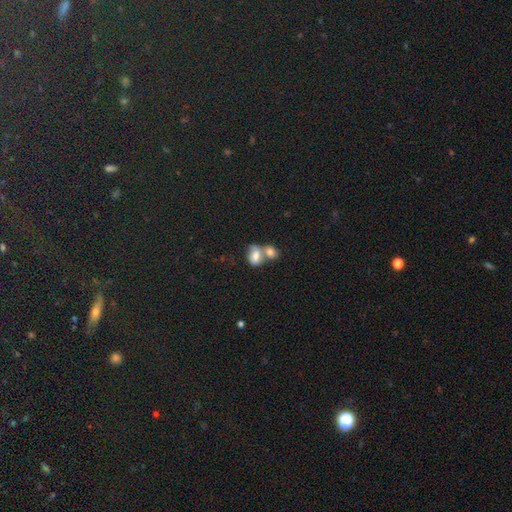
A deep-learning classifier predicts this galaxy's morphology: The model was most divided on "merging": merger: 69%, none: 19%, minor disturbance: 8%, major disturbance: 5%. More confident: smooth or featured — smooth (75%); how rounded — in between (75%).